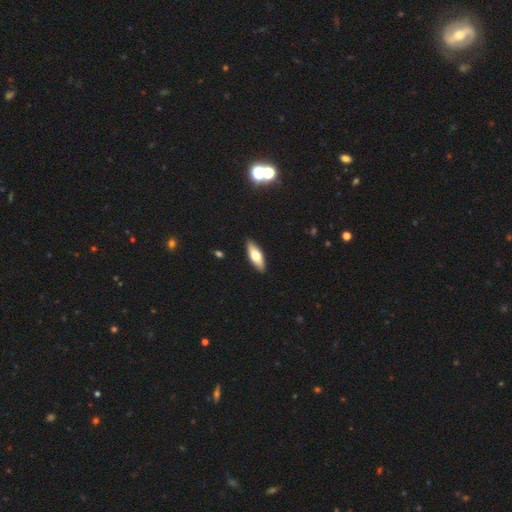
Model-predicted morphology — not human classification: smooth 64%, featured or disk 30%, star or artifact 6%. Down the decision tree: how rounded — in between (63%); merging — none (90%).